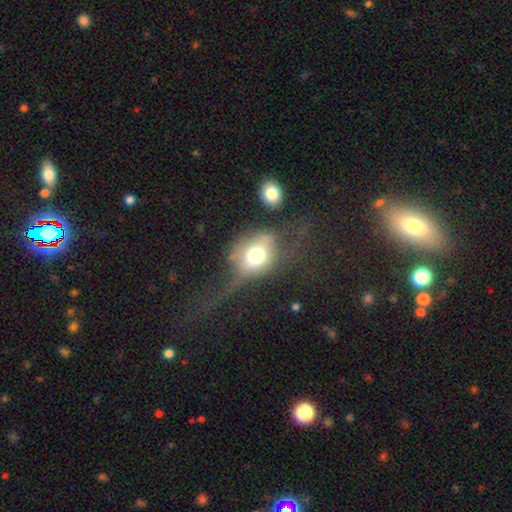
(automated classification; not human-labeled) smooth_or_featured: smooth (p=0.47) [alt: featured or disk p=0.42]
merging: major disturbance (p=0.40) [alt: none p=0.34]